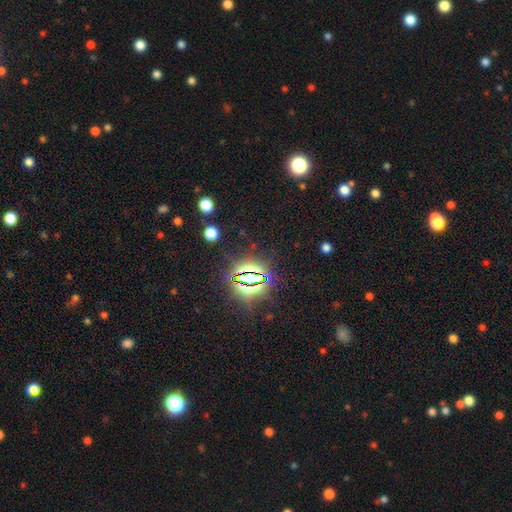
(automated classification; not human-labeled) Smooth or featured? Predicted: star or artifact (p=0.85).